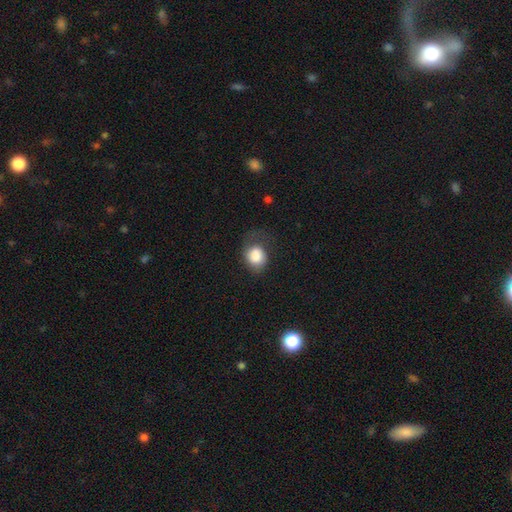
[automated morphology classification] Smooth or featured? smooth (80%)
How rounded? round (56%)
Merging? none (41%)